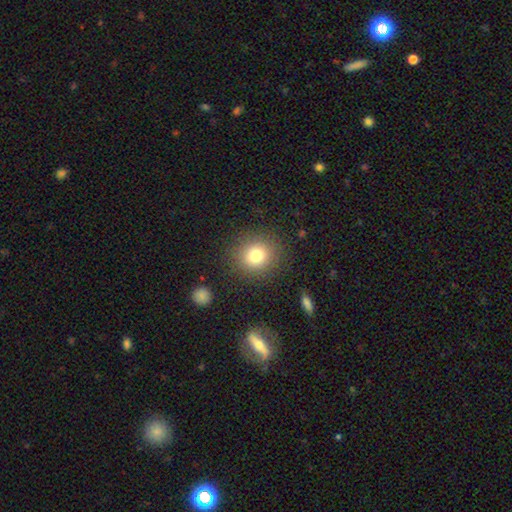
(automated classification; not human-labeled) A smooth galaxy with no disk features (79%) that is round (86%).

Vote fractions:
- Smooth or featured? smooth: 79% / star or artifact: 12% / featured or disk: 8%
- How rounded? round: 86% / in between: 13% / cigar-shaped: 1%
- Merging? none: 88% / minor disturbance: 7% / major disturbance: 3% / merger: 1%